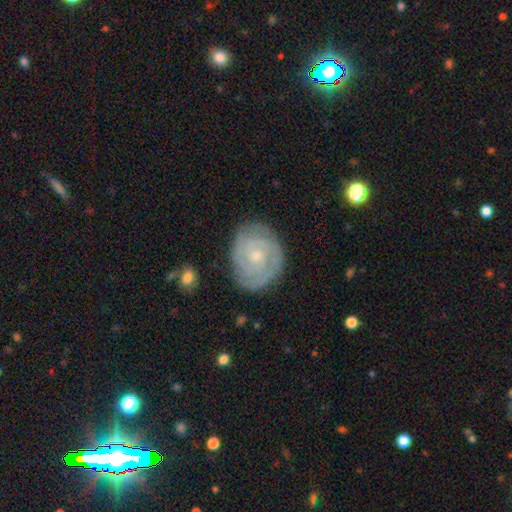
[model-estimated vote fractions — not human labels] smooth_or_featured: featured or disk (p=0.78) [alt: smooth p=0.16]
disk_edge_on: no (p=0.98) [alt: yes p=0.02]
bar: no (p=0.75) [alt: weak p=0.22]
has_spiral_arms: yes (p=0.92) [alt: no p=0.08]
spiral_winding: tight (p=0.74) [alt: medium p=0.21]
spiral_arm_count: can't tell (p=0.33) [alt: 2 p=0.30]
bulge_size: small (p=0.64) [alt: moderate p=0.32]
merging: none (p=0.79) [alt: minor disturbance p=0.16]